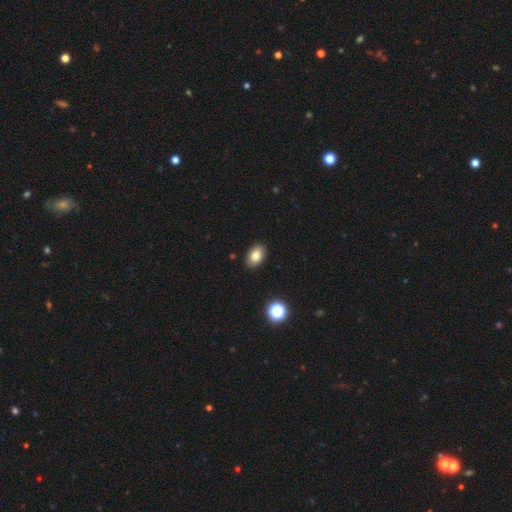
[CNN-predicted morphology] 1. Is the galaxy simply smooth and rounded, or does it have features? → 83% smooth, 9% star or artifact, 8% featured or disk.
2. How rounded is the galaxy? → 88% in between, 11% round, 1% cigar-shaped.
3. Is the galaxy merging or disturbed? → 89% none, 8% minor disturbance, 2% major disturbance, 1% merger.